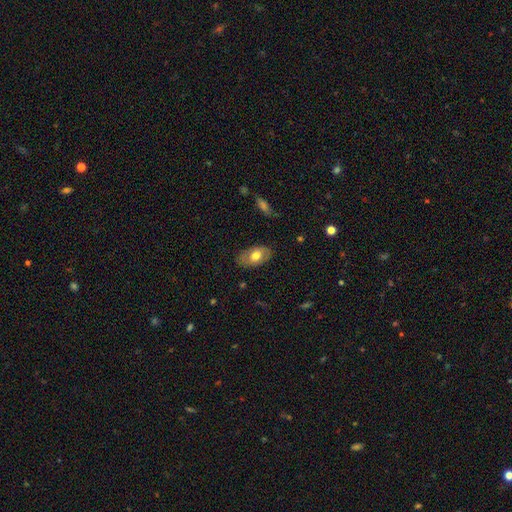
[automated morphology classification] A smooth galaxy with no disk features (63%) that is in between round and cigar-shaped (92%).

Vote fractions:
- Smooth or featured? smooth: 63% / featured or disk: 30% / star or artifact: 6%
- How rounded? in between: 92% / round: 6% / cigar-shaped: 2%
- Merging? none: 82% / minor disturbance: 14% / major disturbance: 3% / merger: 1%